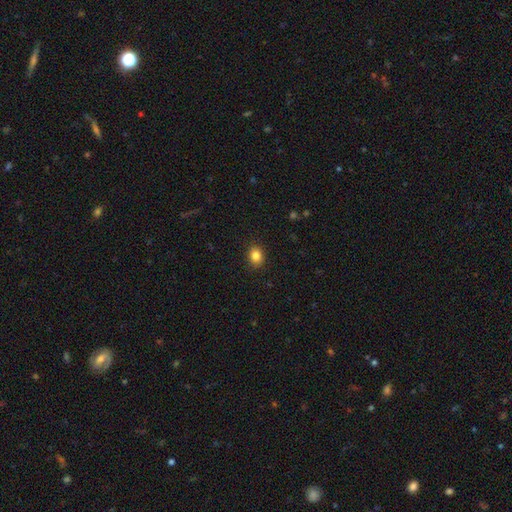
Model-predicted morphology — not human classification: smooth 84%, star or artifact 10%, featured or disk 5%. Down the decision tree: how rounded — round (55%); merging — none (90%).